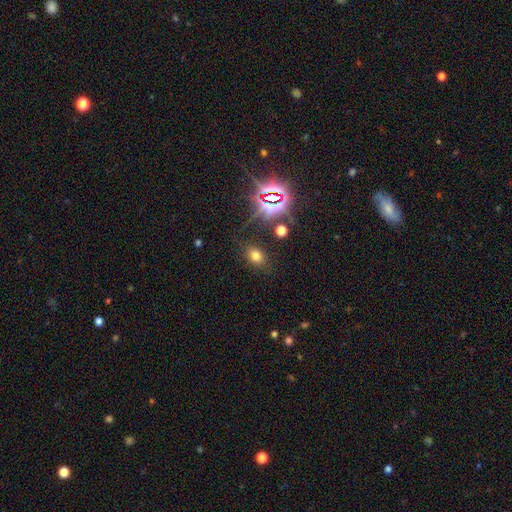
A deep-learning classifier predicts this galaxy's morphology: A smooth galaxy with no disk features (66%) that is in between round and cigar-shaped (73%).

Vote fractions:
- Smooth or featured? smooth: 66% / star or artifact: 25% / featured or disk: 9%
- How rounded? in between: 73% / round: 26% / cigar-shaped: 2%
- Merging? none: 82% / minor disturbance: 10% / major disturbance: 5% / merger: 3%